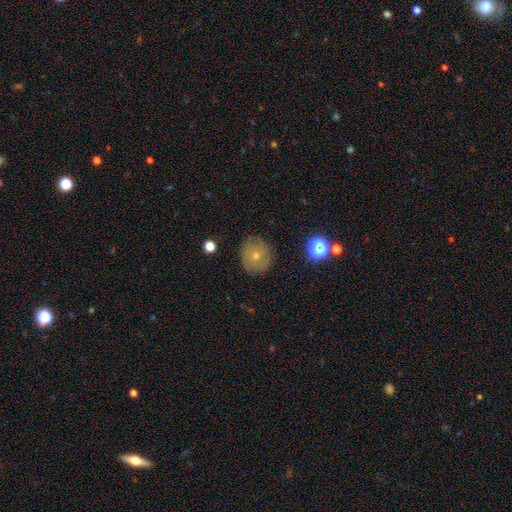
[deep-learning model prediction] This appears to be a smooth galaxy with no disk features (49%). Merging: none (81%).